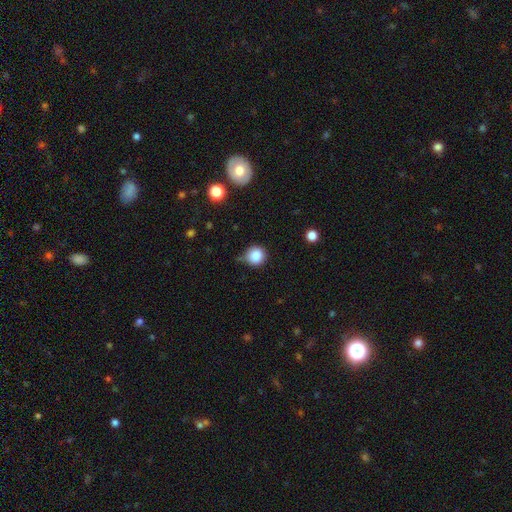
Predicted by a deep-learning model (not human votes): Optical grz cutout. It shows a smooth galaxy with no disk features (86%) that is round (92%). Merging: none (69%).